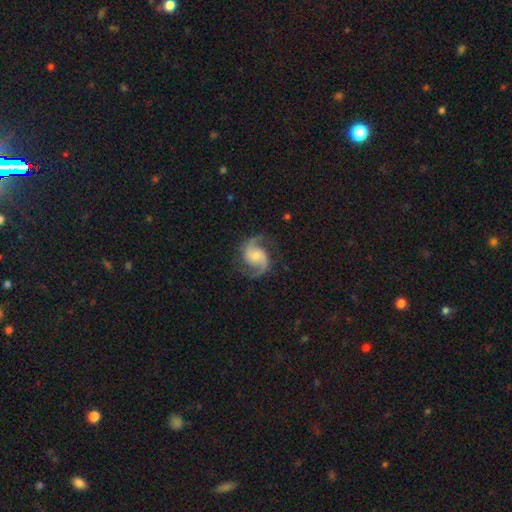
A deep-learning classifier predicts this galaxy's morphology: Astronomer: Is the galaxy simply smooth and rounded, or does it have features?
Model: featured or disk — 90%.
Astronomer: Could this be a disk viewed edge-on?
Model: no — 98%.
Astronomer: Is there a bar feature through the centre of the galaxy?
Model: no — 57% (runner-up: weak, 35%).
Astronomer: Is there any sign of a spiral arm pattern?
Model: yes — 98%.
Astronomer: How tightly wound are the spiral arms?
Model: medium — 56%.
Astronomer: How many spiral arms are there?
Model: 2 — 94%.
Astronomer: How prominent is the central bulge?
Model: small — 47% (runner-up: moderate, 40%).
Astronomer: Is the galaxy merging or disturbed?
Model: none — 80%.